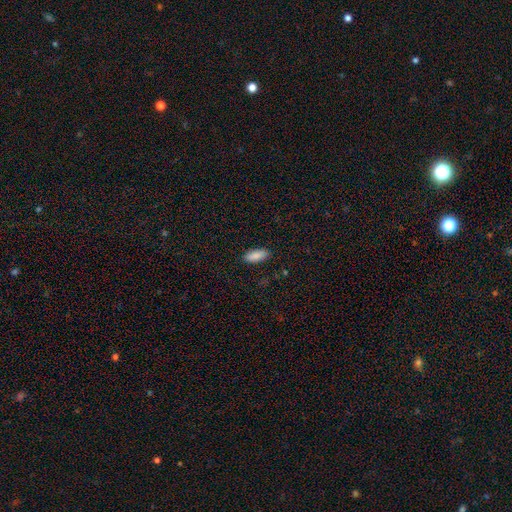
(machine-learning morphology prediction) smooth-or-featured: smooth: 89% | star or artifact: 7% | featured or disk: 4%
  how-rounded: in between: 81% | cigar-shaped: 17% | round: 2%
  merging: none: 88% | minor disturbance: 9% | major disturbance: 2% | merger: 1%